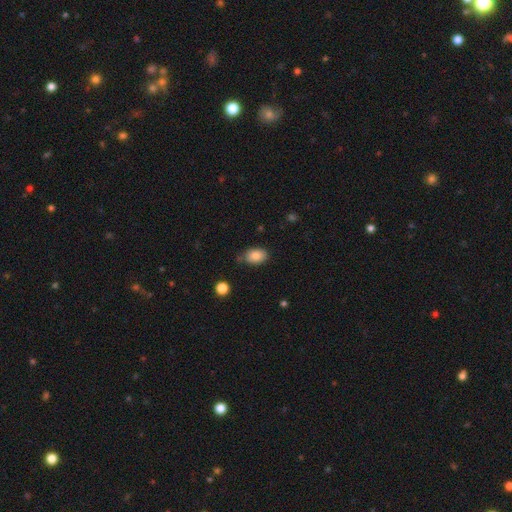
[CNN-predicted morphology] Smooth or featured: smooth — 85% (star or artifact — 9%)
How rounded: in between — 87% (round — 12%)
Merging: none — 71% (minor disturbance — 20%)